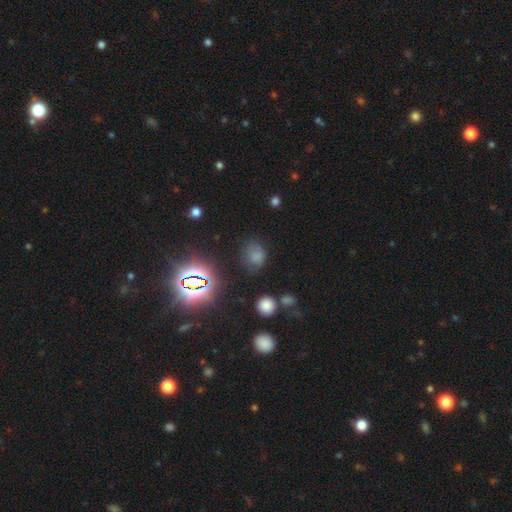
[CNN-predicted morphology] Q: Smooth or featured?
A: smooth (64%); runner-up: star or artifact (26%)
Q: How rounded?
A: round (53%); runner-up: in between (46%)
Q: Merging?
A: none (61%); runner-up: minor disturbance (23%)